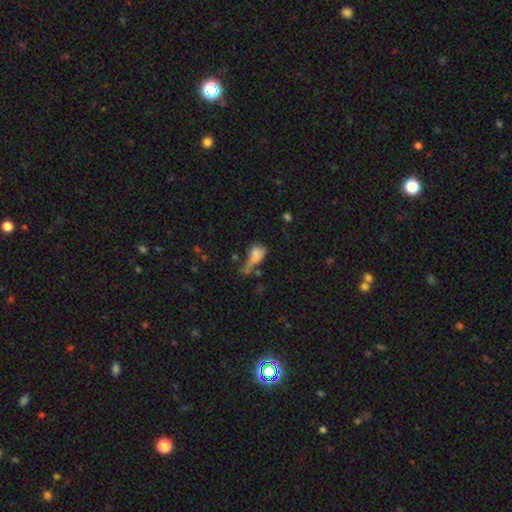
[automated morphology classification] smooth_or_featured: smooth (p=0.71) [alt: featured or disk p=0.17]
how_rounded: in between (p=0.74) [alt: round p=0.17]
merging: major disturbance (p=0.36) [alt: minor disturbance p=0.23]